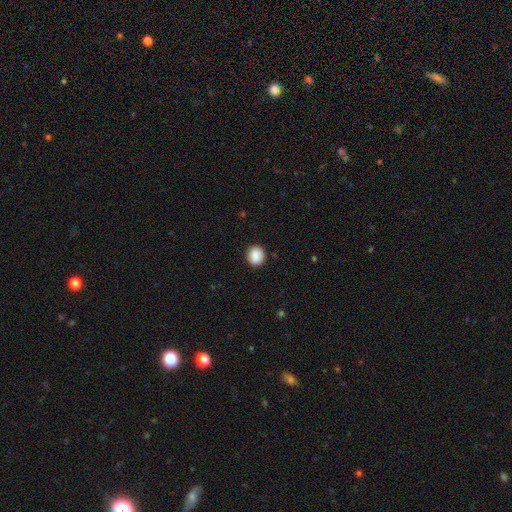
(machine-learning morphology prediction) This is clearly a smooth galaxy (89%). How rounded: clearly round (83%). Merging: clearly none (89%).